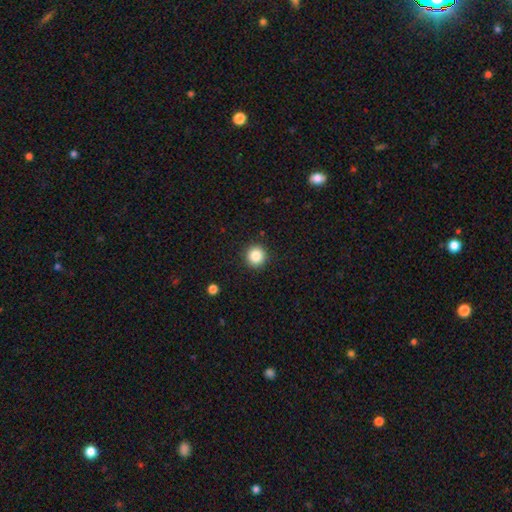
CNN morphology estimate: Smooth or featured?
  - smooth: 85% *
  - star or artifact: 10%
  - featured or disk: 5%
How rounded?
  - round: 95% *
  - in between: 4%
  - cigar-shaped: 1%
Merging?
  - none: 92% *
  - minor disturbance: 5%
  - major disturbance: 2%
  - merger: 1%